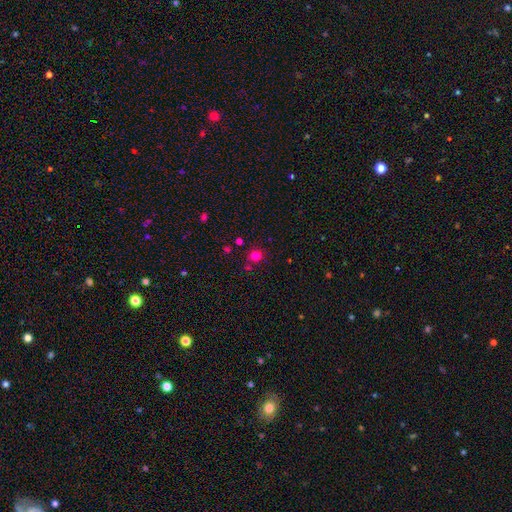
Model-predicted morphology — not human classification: Smooth or featured? smooth (77%)
How rounded? round (89%)
Merging? none (80%)